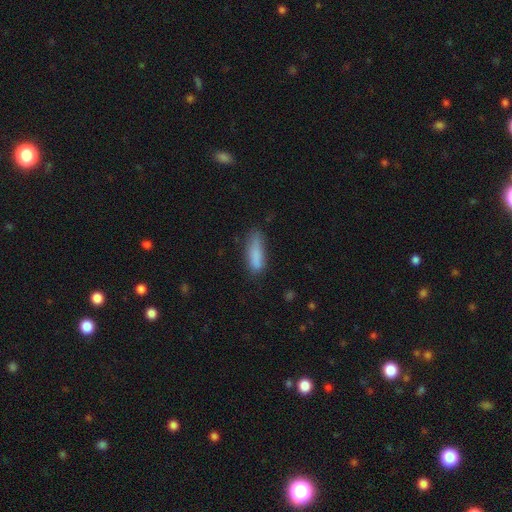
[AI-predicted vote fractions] smooth 84%, featured or disk 9%, star or artifact 8%. Down the decision tree: how rounded — cigar-shaped (50%); merging — none (60%).